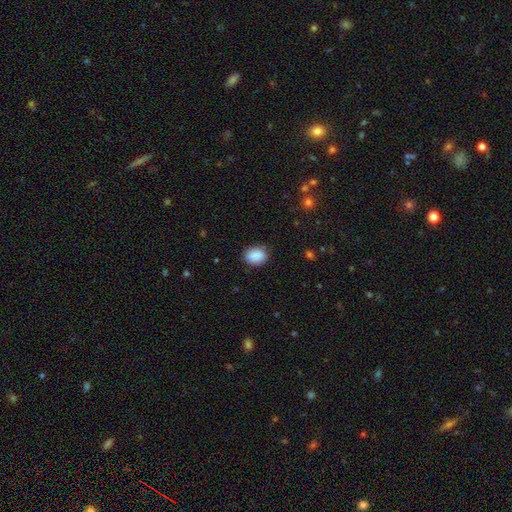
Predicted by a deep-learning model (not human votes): smooth_or_featured: smooth (p=0.89) [alt: star or artifact p=0.08]
how_rounded: in between (p=0.64) [alt: round p=0.35]
merging: none (p=0.81) [alt: minor disturbance p=0.14]